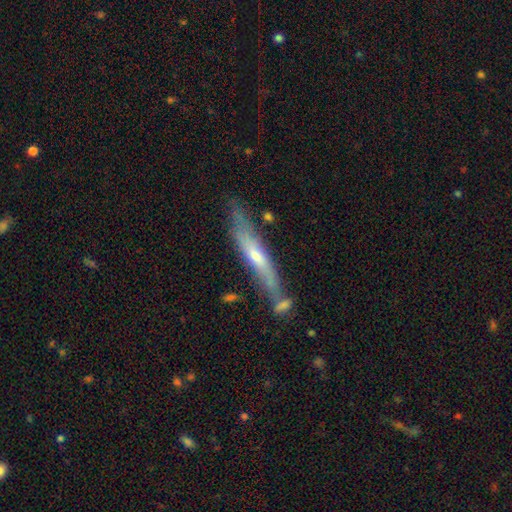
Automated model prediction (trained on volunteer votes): This is possibly a featured or disk galaxy (56%). It is likely viewed edge-on (75%). Merging: likely none (61%).